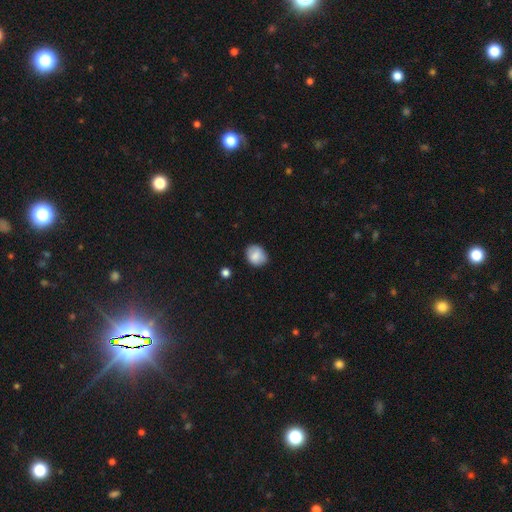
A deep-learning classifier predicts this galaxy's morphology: Smooth or featured: smooth — 80% (featured or disk — 12%)
How rounded: round — 51% (in between — 48%)
Merging: none — 78% (minor disturbance — 17%)